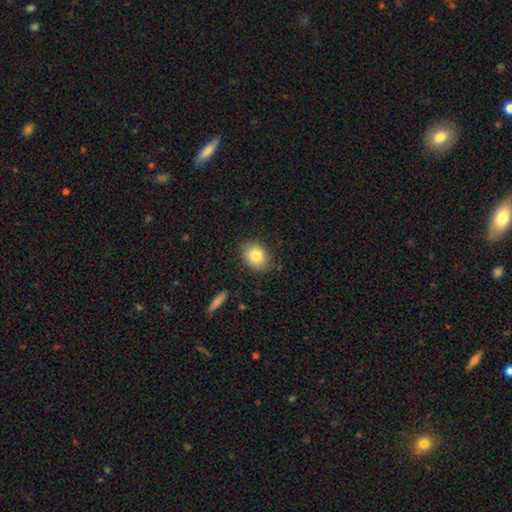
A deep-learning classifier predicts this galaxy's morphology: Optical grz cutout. It shows a smooth galaxy with no disk features (83%) that is in between round and cigar-shaped (58%). Merging: none (82%).